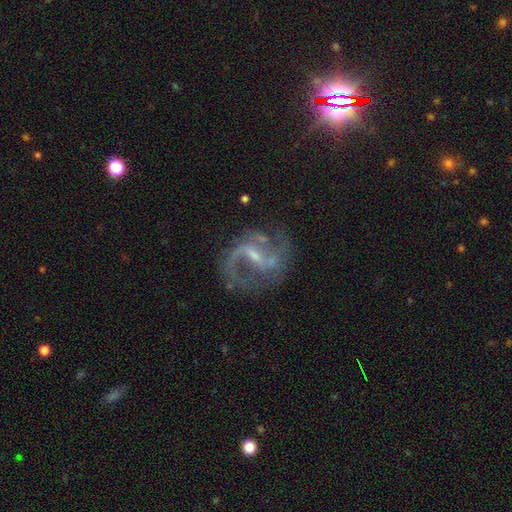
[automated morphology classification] type=featured or disk (89%); edge-on=no (98%); bar=weak (53%); spiral arms=yes (96%); winding=medium (48%); arm count=2 (84%); bulge=small (60%); merging=none (62%).